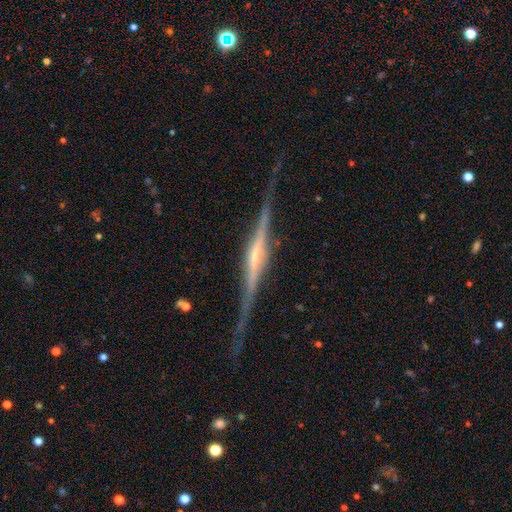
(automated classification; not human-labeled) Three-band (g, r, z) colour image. It shows a featured or disk galaxy (87%) viewed edge-on (98%) with a rounded central bulge (49%). Merging: none (82%).